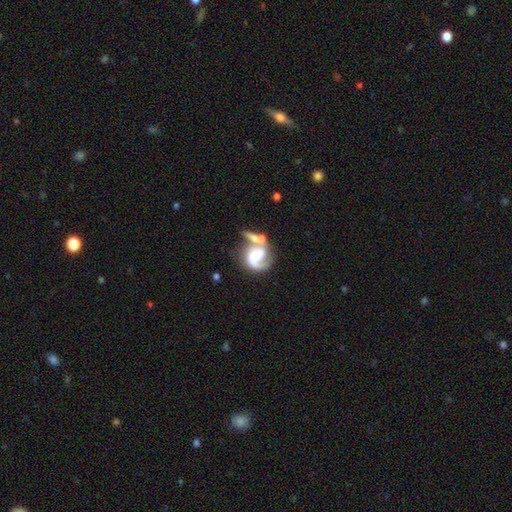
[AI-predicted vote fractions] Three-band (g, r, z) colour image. It shows a featured or disk galaxy (76%) with no bar (46%), 2 (67%) medium (42%) spiral arms (90%) and a large central bulge (27%). Merging: merger (35%).